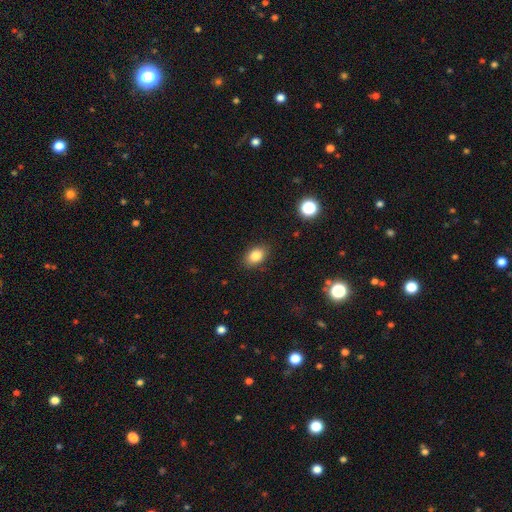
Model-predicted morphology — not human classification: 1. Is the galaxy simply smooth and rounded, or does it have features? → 85% smooth, 9% star or artifact, 6% featured or disk.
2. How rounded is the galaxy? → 83% in between, 16% round, 1% cigar-shaped.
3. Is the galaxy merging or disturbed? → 87% none, 10% minor disturbance, 3% major disturbance, 1% merger.